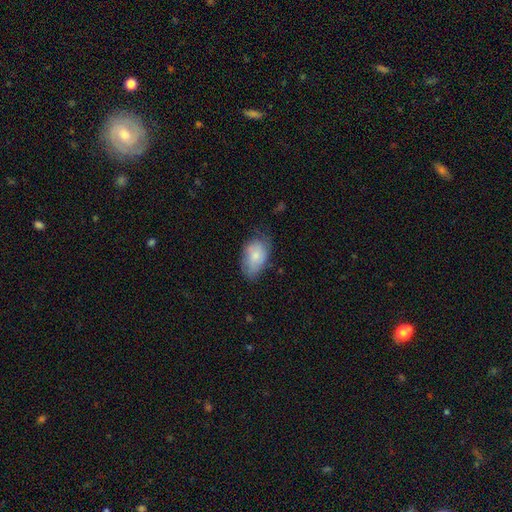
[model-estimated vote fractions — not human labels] The model was most divided on "merging": none: 51%, minor disturbance: 36%, major disturbance: 11%, merger: 2%. More confident: how rounded — in between (92%); smooth or featured — smooth (76%).